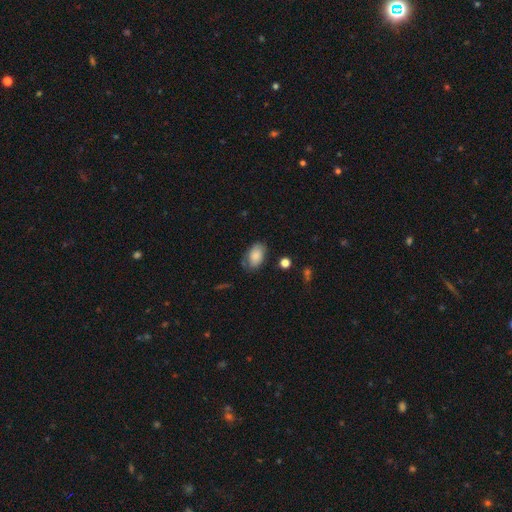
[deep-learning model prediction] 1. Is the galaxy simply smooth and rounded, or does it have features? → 84% smooth, 9% featured or disk, 7% star or artifact.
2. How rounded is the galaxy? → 90% in between, 9% round, 1% cigar-shaped.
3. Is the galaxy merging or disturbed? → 71% none, 20% minor disturbance, 5% major disturbance, 3% merger.